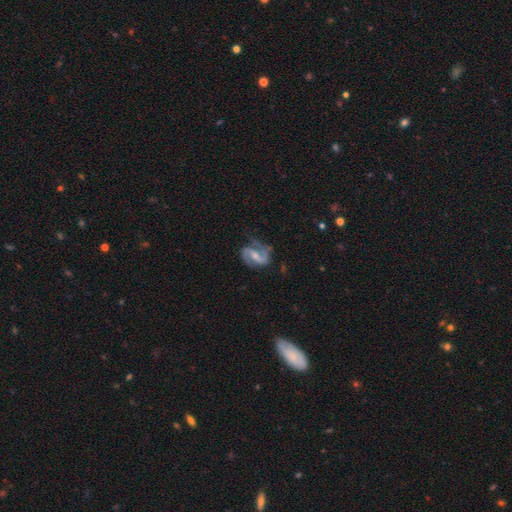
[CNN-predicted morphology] This is clearly a featured or disk galaxy (87%). It is clearly not viewed edge-on (98%). Bar: possibly weak (47%). Spiral arm pattern: clearly yes (97%). Spiral arm count: clearly 2 (89%). Spiral winding: possibly medium (53%). Central bulge: marginally moderate (42%, tied with small). Merging: likely none (62%).